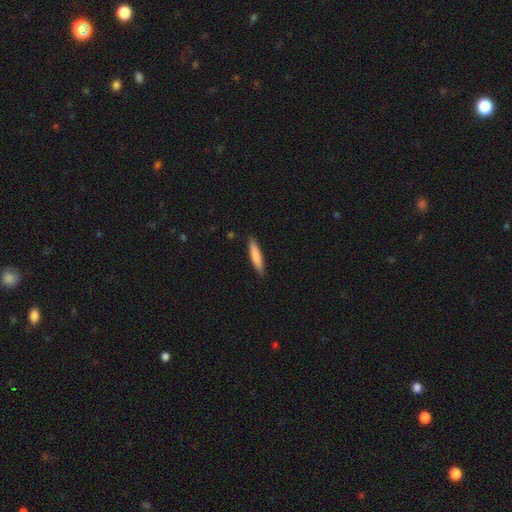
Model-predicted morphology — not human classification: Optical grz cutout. It shows a smooth galaxy with no disk features (81%) that is cigar-shaped (85%). Merging: none (89%).